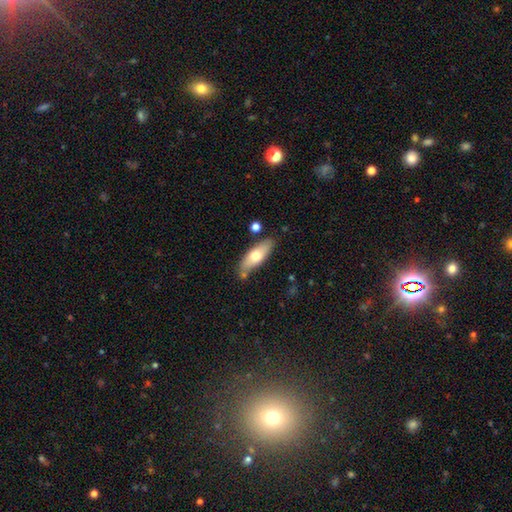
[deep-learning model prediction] Smooth or featured: smooth — 64% (featured or disk — 30%)
How rounded: in between — 62% (cigar-shaped — 36%)
Merging: none — 77% (minor disturbance — 14%)